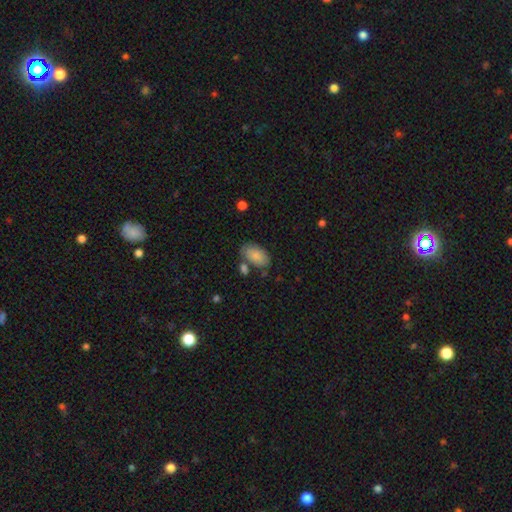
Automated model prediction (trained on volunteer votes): Smooth or featured? Predicted: smooth (p=0.85). How rounded? Predicted: in between (p=0.94). Merging? Predicted: none (p=0.67).